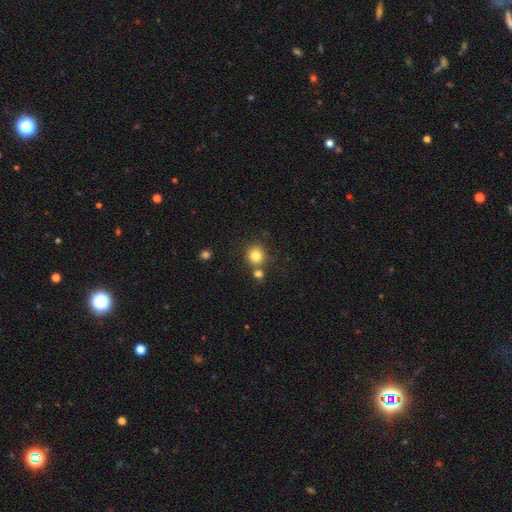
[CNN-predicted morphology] A smooth galaxy with no disk features (82%) that is round (88%). Merging: none (68%).